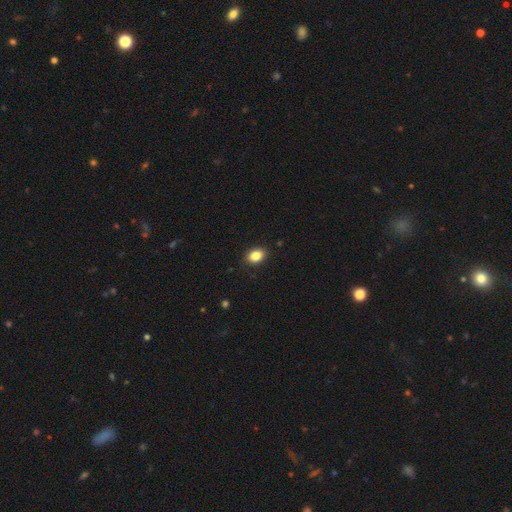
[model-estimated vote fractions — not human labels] smooth_or_featured: smooth (p=0.86) [alt: star or artifact p=0.09]
how_rounded: in between (p=0.77) [alt: round p=0.22]
merging: none (p=0.88) [alt: minor disturbance p=0.09]